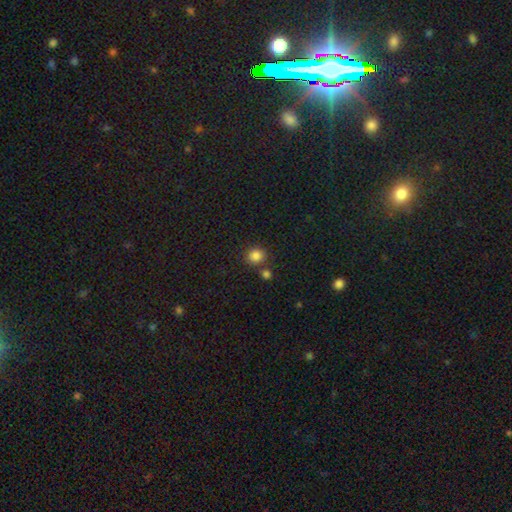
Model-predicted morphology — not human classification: This appears to be a smooth galaxy with no disk features (84%) that is round (85%). Merging: none (74%).